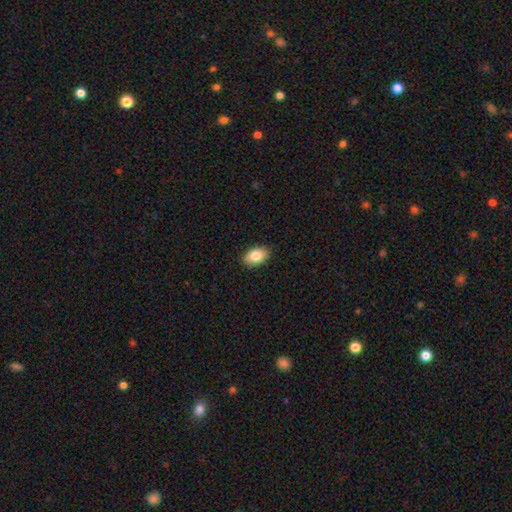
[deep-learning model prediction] This appears to be a smooth galaxy with no disk features (84%) that is in between round and cigar-shaped (90%). Merging: none (89%).